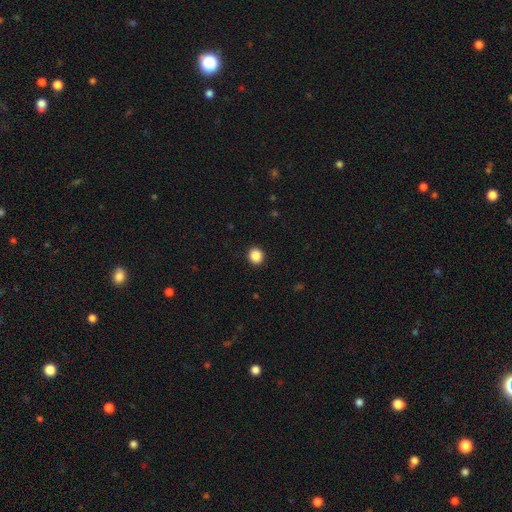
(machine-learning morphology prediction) A smooth galaxy with no disk features (87%) that is round (89%).

Vote fractions:
- Smooth or featured? smooth: 87% / star or artifact: 10% / featured or disk: 3%
- How rounded? round: 89% / in between: 10% / cigar-shaped: 1%
- Merging? none: 93% / minor disturbance: 5% / major disturbance: 2% / merger: 1%